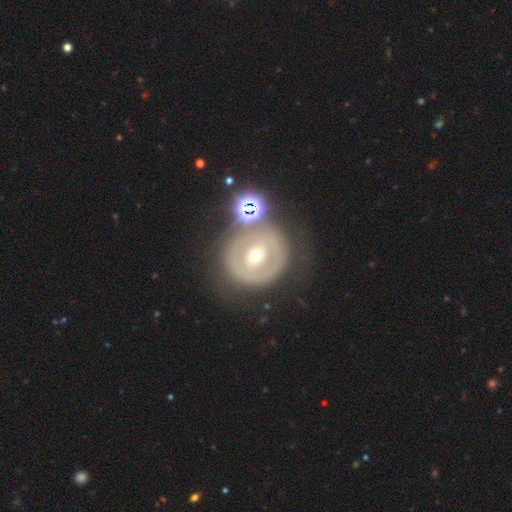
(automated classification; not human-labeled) This appears to be a featured or disk galaxy (66%) with no bar (44%), no spiral arms (66%) and a small central bulge (51%). Merging: none (65%).